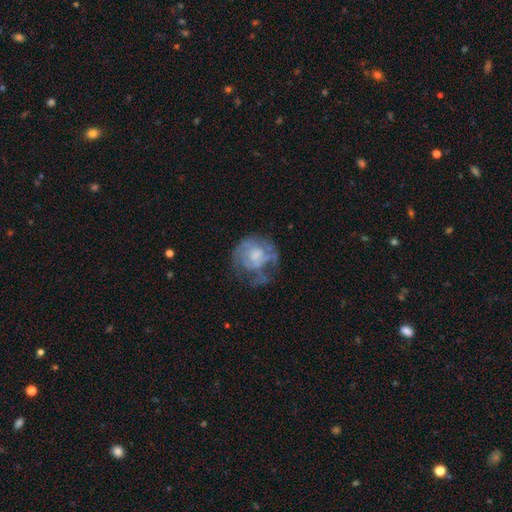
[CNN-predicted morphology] A featured or disk galaxy (58%) with no bar (78%), no spiral arms (59%) and a moderate central bulge (33%).

Vote fractions:
- Smooth or featured? featured or disk: 58% / smooth: 33% / star or artifact: 9%
- Edge-on disk? no: 98% / yes: 2%
- Bar? no: 78% / weak: 18% / strong: 3%
- Spiral arms? no: 59% / yes: 41%
- Bulge size? moderate: 33% / none: 30% / small: 22% / large: 13% / dominant: 2%
- Merging? none: 38% / major disturbance: 34% / minor disturbance: 24% / merger: 3%